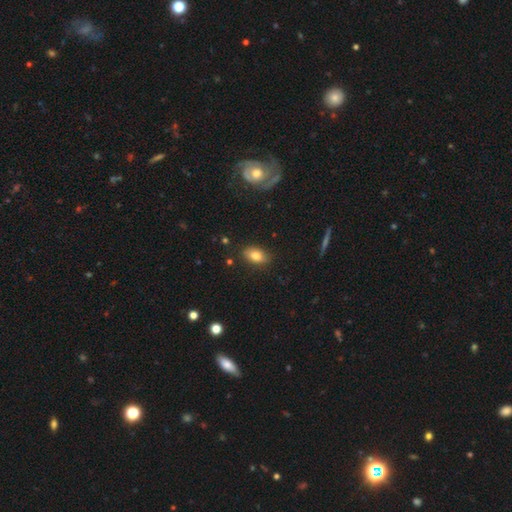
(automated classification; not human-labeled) Smooth or featured?
  - smooth: 79% *
  - featured or disk: 12%
  - star or artifact: 9%
How rounded?
  - in between: 87% *
  - round: 9%
  - cigar-shaped: 4%
Merging?
  - none: 85% *
  - minor disturbance: 11%
  - major disturbance: 2%
  - merger: 2%